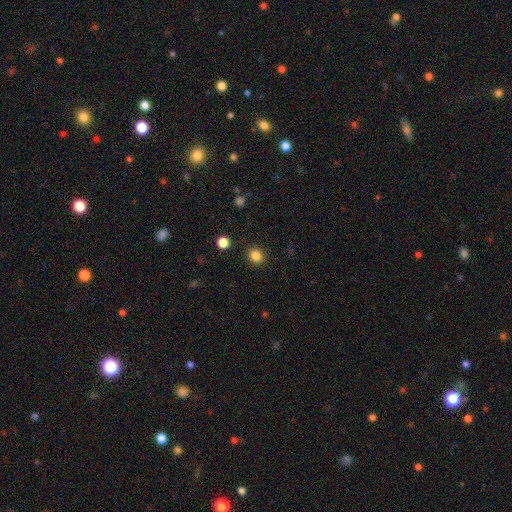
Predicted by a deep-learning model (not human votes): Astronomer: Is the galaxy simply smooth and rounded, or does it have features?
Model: smooth — 85%.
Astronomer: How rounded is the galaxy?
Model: round — 79%.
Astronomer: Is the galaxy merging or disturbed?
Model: none — 90%.